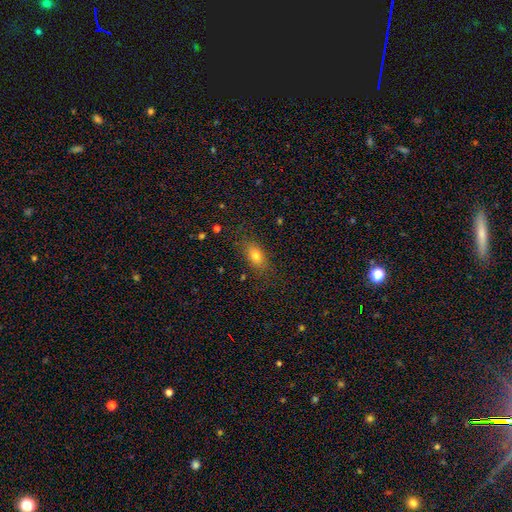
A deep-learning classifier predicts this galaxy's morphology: The model was most divided on "smooth or featured": smooth: 75%, featured or disk: 13%, star or artifact: 12%. More confident: merging — none (80%); how rounded — in between (79%).